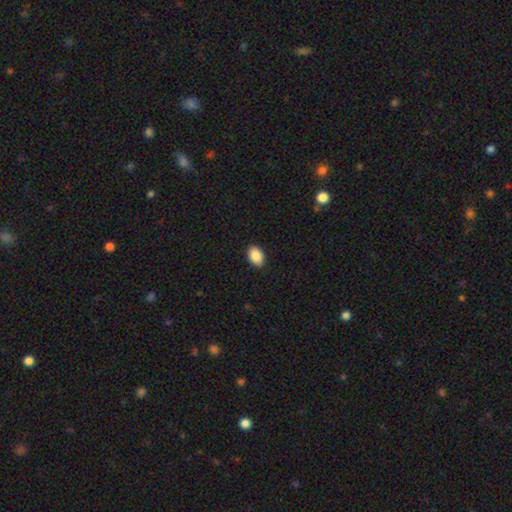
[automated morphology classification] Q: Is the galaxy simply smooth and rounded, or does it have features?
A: smooth — 89%.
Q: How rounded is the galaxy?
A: in between — 87%.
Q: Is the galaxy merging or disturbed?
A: none — 90%.